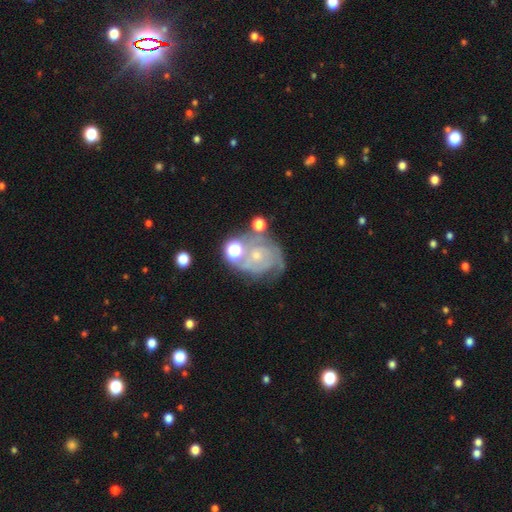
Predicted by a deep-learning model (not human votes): Smooth or featured? Predicted: featured or disk (p=0.79). Edge-on disk? Predicted: no (p=0.98). Bar? Predicted: no (p=0.75). Spiral arms? Predicted: yes (p=0.93). Spiral winding? Predicted: tight (p=0.62). Spiral arm count? Predicted: 2 (p=0.31). Bulge size? Predicted: small (p=0.70). Merging? Predicted: none (p=0.55).